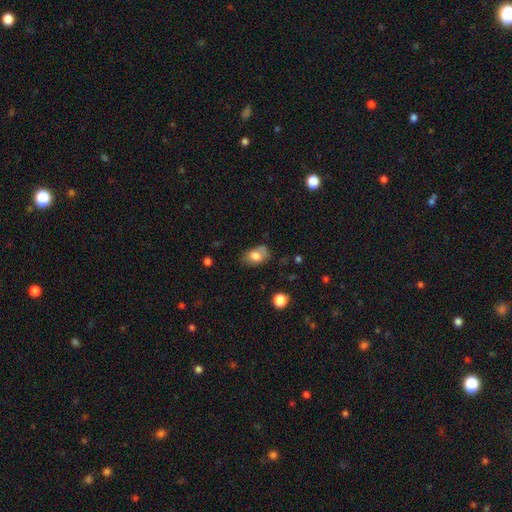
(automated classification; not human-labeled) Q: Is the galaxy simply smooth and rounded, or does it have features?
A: smooth — 76%.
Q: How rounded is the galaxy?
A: in between — 84%.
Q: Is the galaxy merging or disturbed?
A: none — 58%.